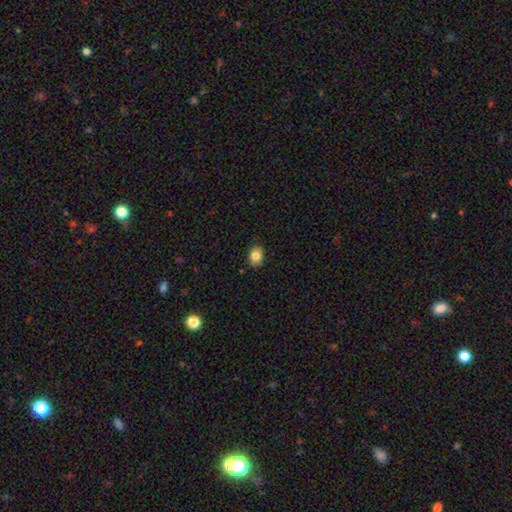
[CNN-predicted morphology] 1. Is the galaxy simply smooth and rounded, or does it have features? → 83% smooth, 9% star or artifact, 8% featured or disk.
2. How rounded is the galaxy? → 61% in between, 38% round, 1% cigar-shaped.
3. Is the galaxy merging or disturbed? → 88% none, 10% minor disturbance, 2% major disturbance, 1% merger.